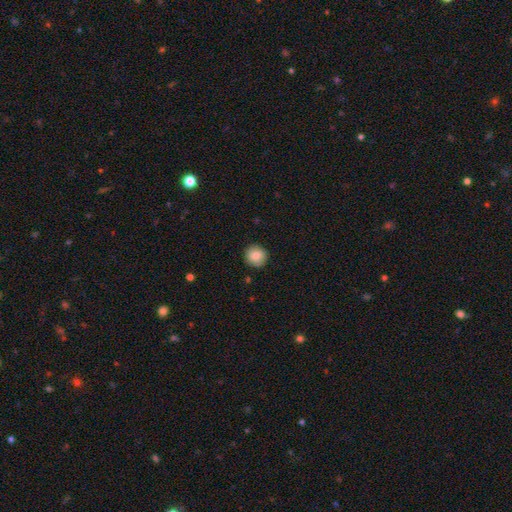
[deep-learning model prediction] Smooth or featured? Predicted: smooth (p=0.85). How rounded? Predicted: round (p=0.93). Merging? Predicted: none (p=0.88).